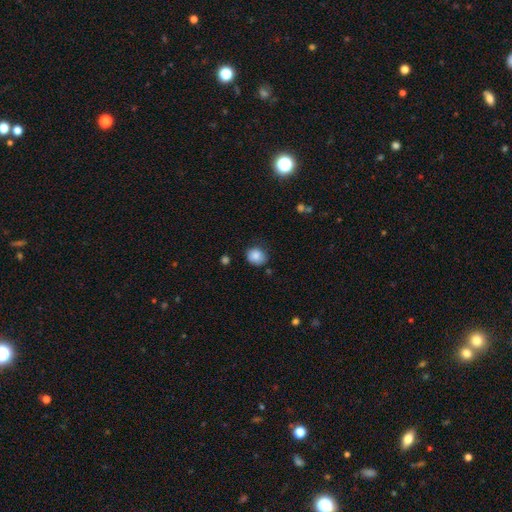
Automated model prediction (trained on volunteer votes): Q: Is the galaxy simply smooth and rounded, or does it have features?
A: smooth — 84%.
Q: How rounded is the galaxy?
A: round — 75%.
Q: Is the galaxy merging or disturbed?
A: none — 72%.